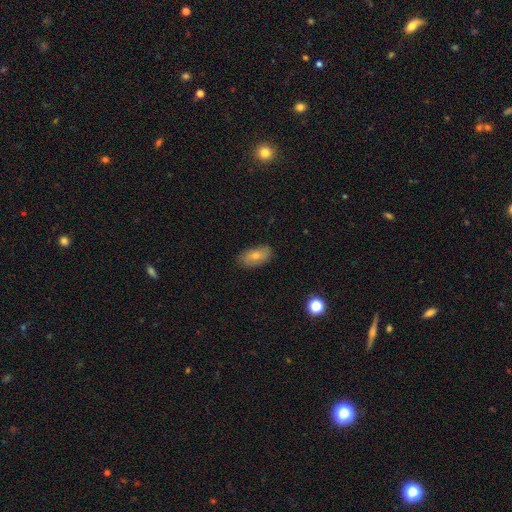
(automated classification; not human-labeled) Overall: smooth (73%). How rounded: in between (92%). Merging: none (84%).